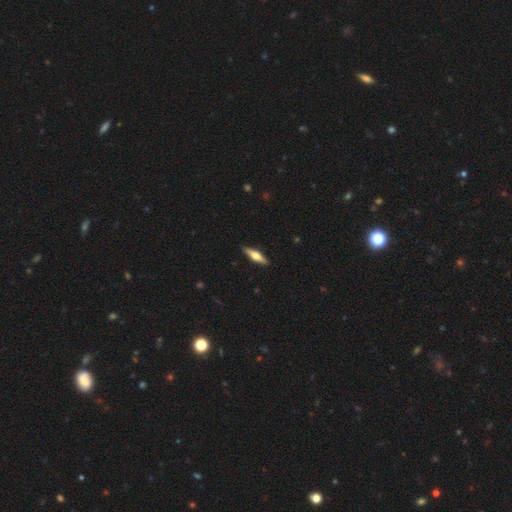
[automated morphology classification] Smooth or featured?
  - featured or disk: 56% *
  - smooth: 39%
  - star or artifact: 6%
Edge-on disk?
  - yes: 95% *
  - no: 5%
Edge-on bulge?
  - rounded: 93% *
  - boxy: 5%
  - none: 2%
Merging?
  - none: 90% *
  - minor disturbance: 7%
  - major disturbance: 2%
  - merger: 1%